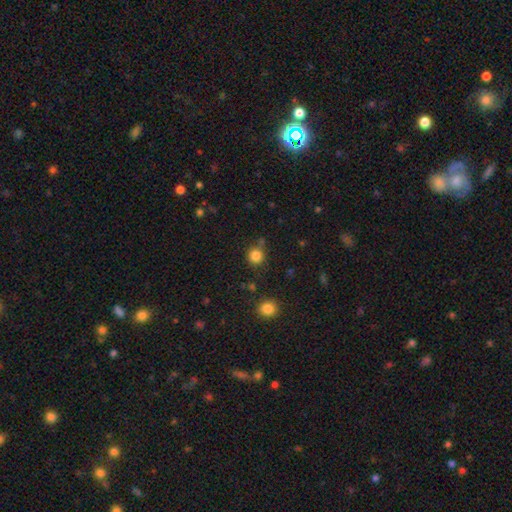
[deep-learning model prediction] Smooth or featured? smooth (84%)
How rounded? round (92%)
Merging? none (80%)